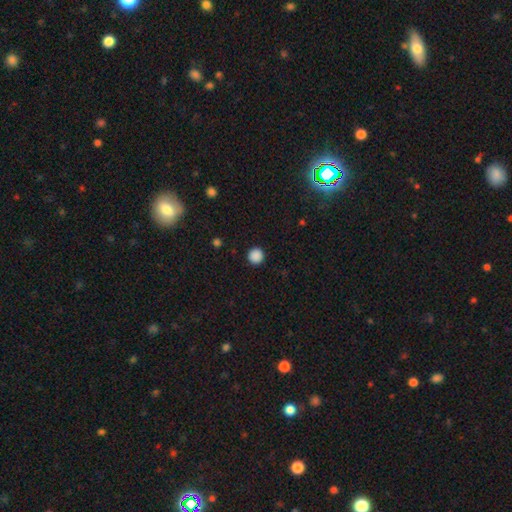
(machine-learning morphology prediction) Smooth or featured? Predicted: smooth (p=0.88). How rounded? Predicted: round (p=0.95). Merging? Predicted: none (p=0.92).